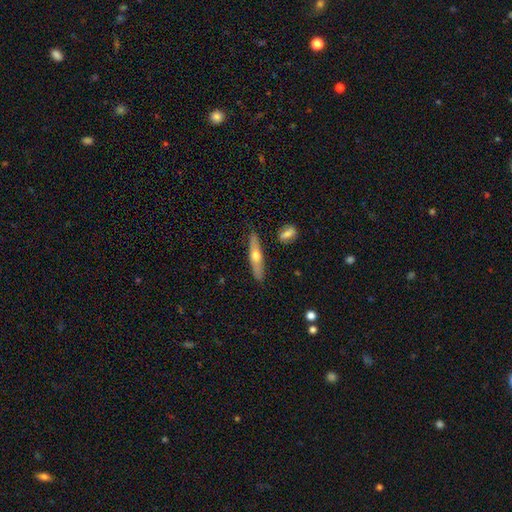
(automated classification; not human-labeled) This is possibly a featured or disk galaxy (47%). Merging: clearly none (86%).